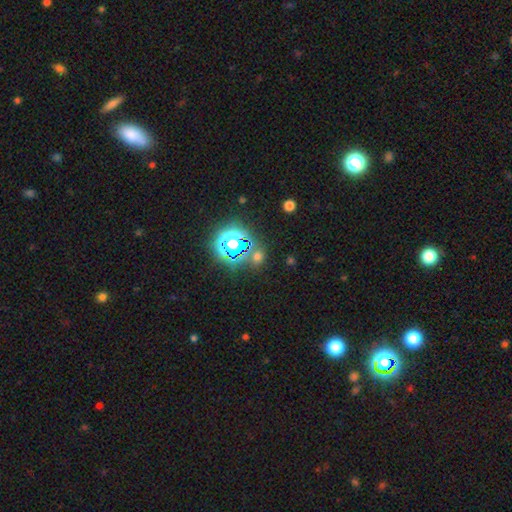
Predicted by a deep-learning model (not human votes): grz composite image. It shows a star or artifact, not a galaxy (65%).